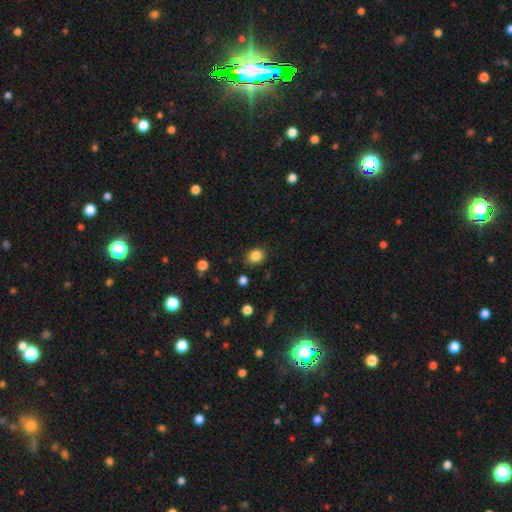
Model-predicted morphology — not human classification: This appears to be a smooth galaxy with no disk features (85%) that is round (62%). Merging: none (83%).